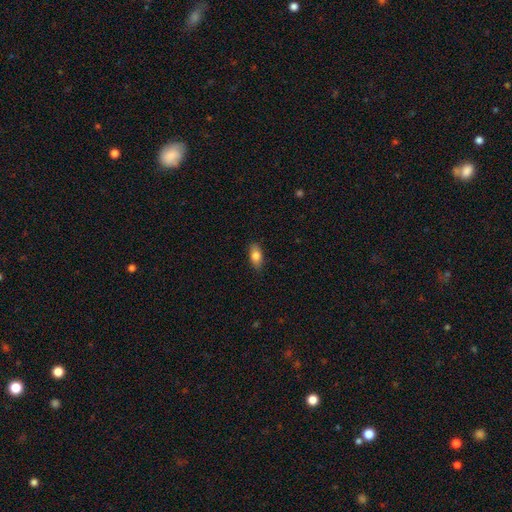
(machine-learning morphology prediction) smooth_or_featured: smooth (p=0.80) [alt: featured or disk p=0.12]
how_rounded: in between (p=0.86) [alt: cigar-shaped p=0.09]
merging: none (p=0.86) [alt: minor disturbance p=0.11]